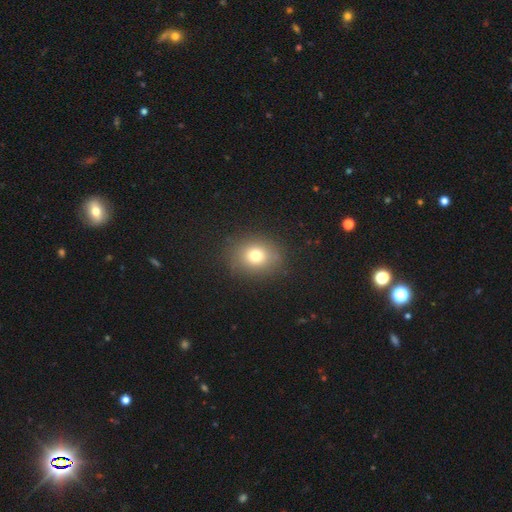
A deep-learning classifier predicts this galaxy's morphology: Q: Smooth or featured?
A: smooth (75%); runner-up: star or artifact (14%)
Q: How rounded?
A: round (64%); runner-up: in between (35%)
Q: Merging?
A: none (86%); runner-up: minor disturbance (9%)